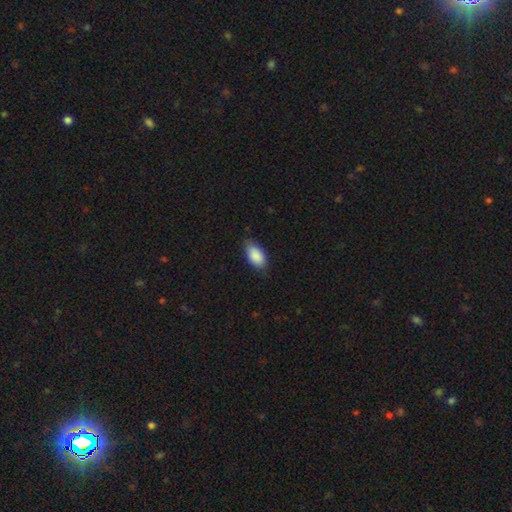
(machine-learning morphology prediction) smooth 89%, star or artifact 6%, featured or disk 5%. Down the decision tree: how rounded — in between (93%); merging — none (78%).